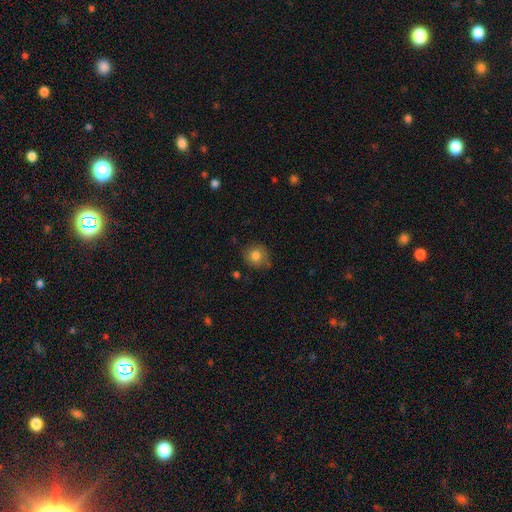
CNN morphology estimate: This is likely a smooth galaxy (80%). How rounded: clearly round (80%). Merging: likely none (74%).